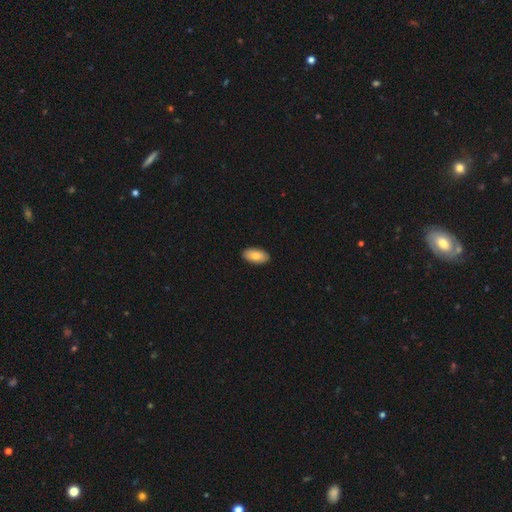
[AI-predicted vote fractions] Overall: smooth (83%). How rounded: in between (94%). Merging: none (91%).